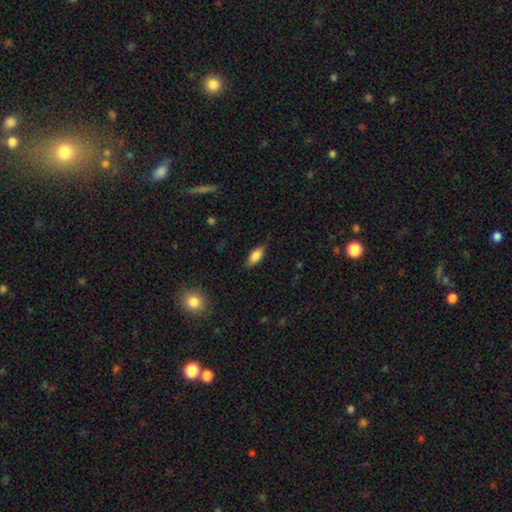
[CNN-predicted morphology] The model was most divided on "merging": none: 76%, minor disturbance: 19%, major disturbance: 4%, merger: 1%. More confident: how rounded — in between (83%); smooth or featured — smooth (80%).